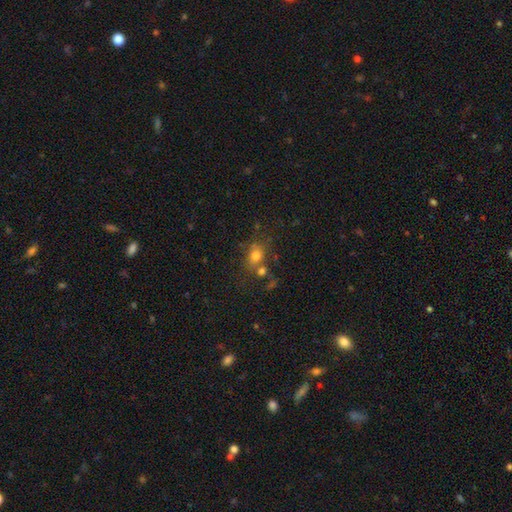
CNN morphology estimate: smooth 71%, star or artifact 16%, featured or disk 13%. Down the decision tree: how rounded — round (52%); merging — none (55%).